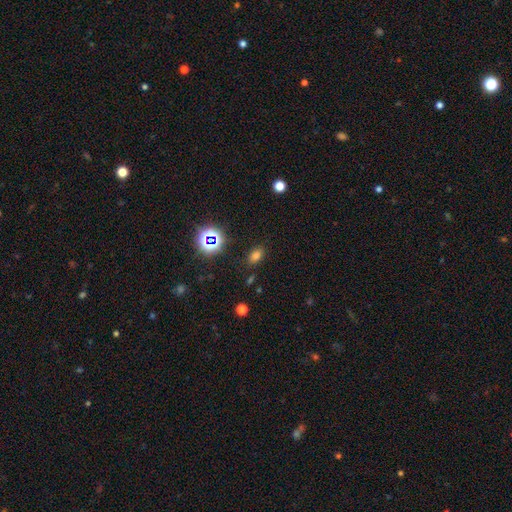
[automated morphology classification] This appears to be a smooth galaxy with no disk features (69%) that is in between round and cigar-shaped (83%). Merging: none (83%).